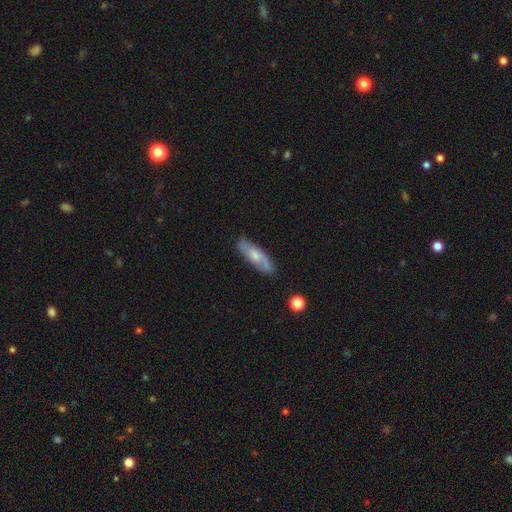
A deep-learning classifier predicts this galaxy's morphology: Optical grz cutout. It shows a featured or disk galaxy (47%, tied with smooth). Merging: none (79%).